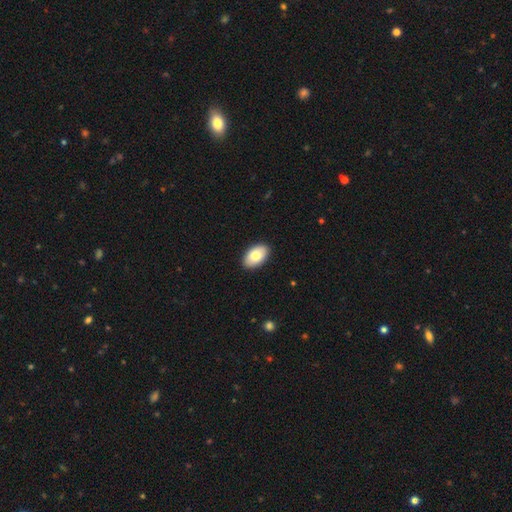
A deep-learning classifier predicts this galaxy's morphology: Q: Smooth or featured?
A: smooth (81%); runner-up: featured or disk (13%)
Q: How rounded?
A: in between (94%); runner-up: round (4%)
Q: Merging?
A: none (90%); runner-up: minor disturbance (7%)